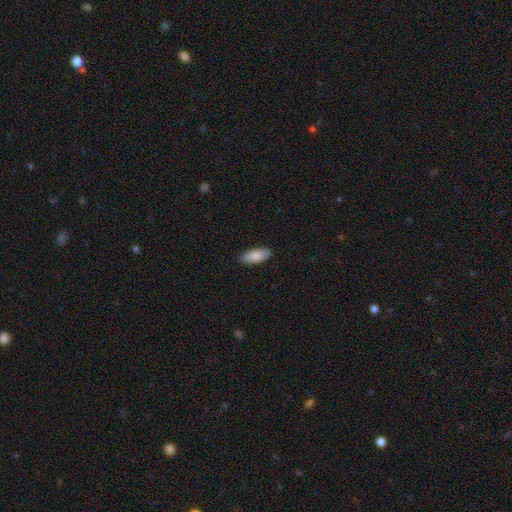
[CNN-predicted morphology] Smooth or featured: smooth — 87% (featured or disk — 7%)
How rounded: in between — 79% (cigar-shaped — 20%)
Merging: none — 89% (minor disturbance — 8%)